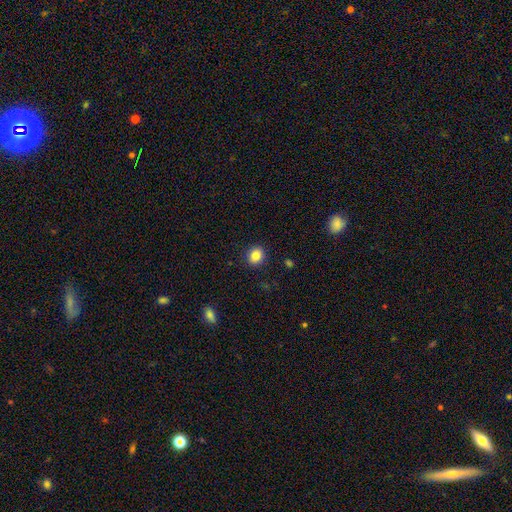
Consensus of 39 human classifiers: smooth 82%, star or artifact 10%, featured or disk 8%. Down the decision tree: how rounded — round (50%, tied with in between); merging — none (89%).